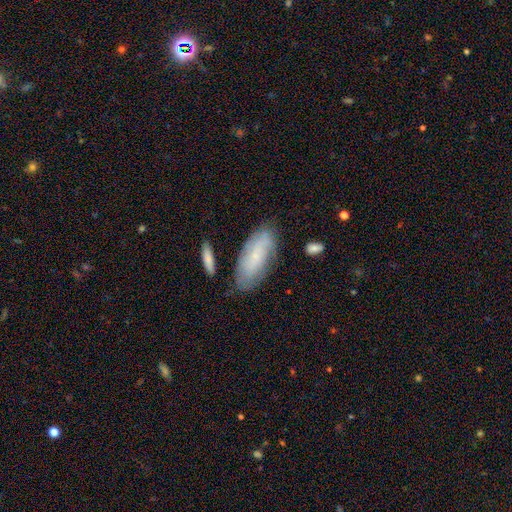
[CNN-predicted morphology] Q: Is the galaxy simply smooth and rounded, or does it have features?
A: smooth — 50%.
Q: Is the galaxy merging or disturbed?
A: none — 72%.